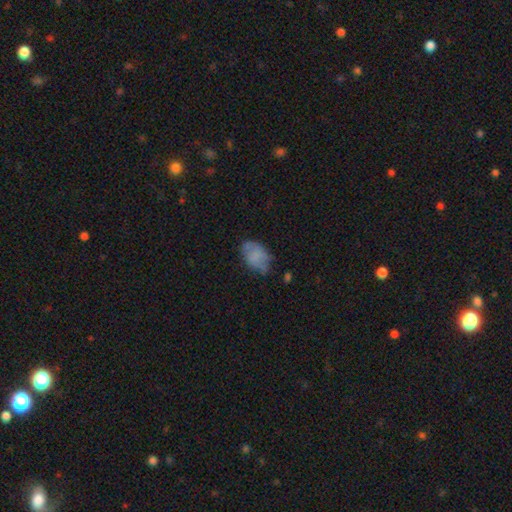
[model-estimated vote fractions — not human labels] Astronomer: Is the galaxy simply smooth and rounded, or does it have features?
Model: smooth — 65%.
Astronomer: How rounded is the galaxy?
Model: in between — 85%.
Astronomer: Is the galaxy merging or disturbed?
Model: none — 51% (runner-up: minor disturbance, 31%).